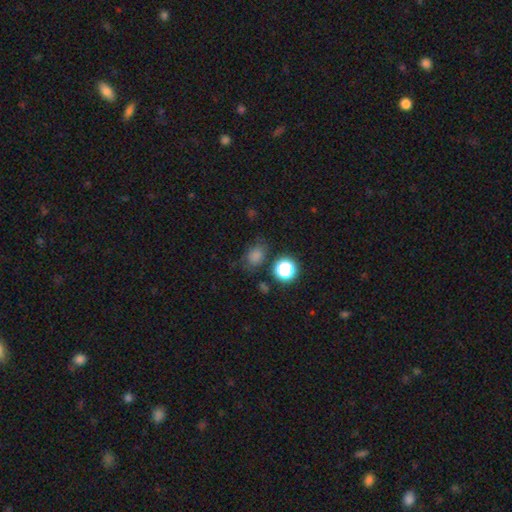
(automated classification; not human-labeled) Smooth or featured? Predicted: smooth (p=0.64). How rounded? Predicted: round (p=0.50). Merging? Predicted: none (p=0.75).